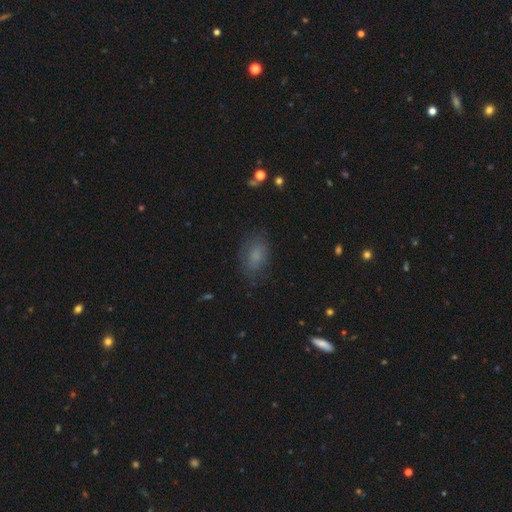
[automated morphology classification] Smooth or featured: smooth — 75% (featured or disk — 12%)
How rounded: in between — 85% (round — 12%)
Merging: none — 74% (minor disturbance — 17%)